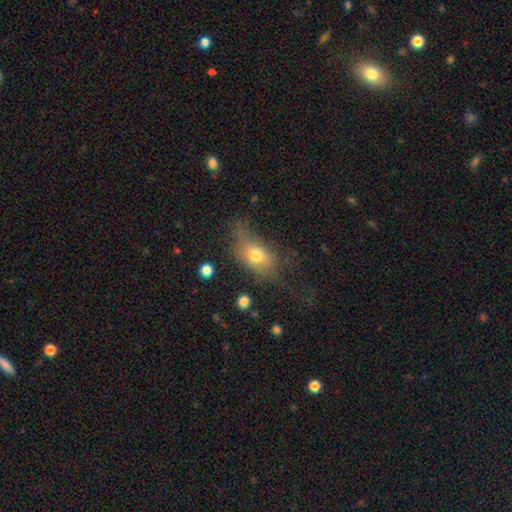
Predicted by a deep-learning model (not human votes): Smooth or featured? smooth (69%)
How rounded? in between (77%)
Merging? none (44%)